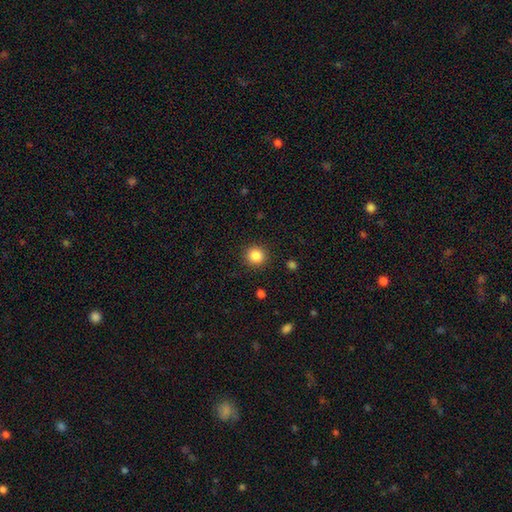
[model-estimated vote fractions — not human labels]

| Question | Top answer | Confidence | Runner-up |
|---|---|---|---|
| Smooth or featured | smooth | 86% | star or artifact (10%) |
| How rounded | round | 91% | in between (8%) |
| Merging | none | 90% | minor disturbance (6%) |